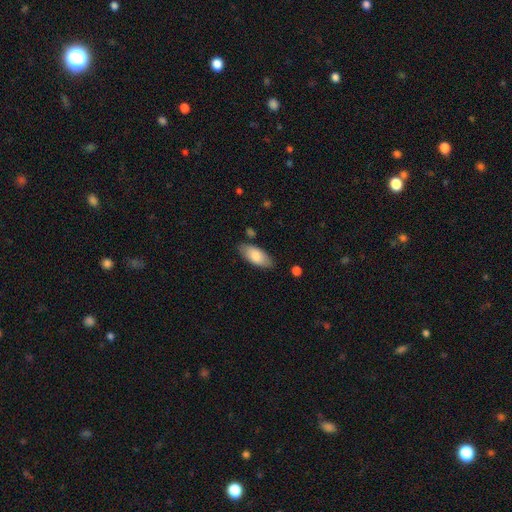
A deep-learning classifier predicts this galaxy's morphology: Smooth or featured? smooth (82%)
How rounded? in between (87%)
Merging? none (81%)